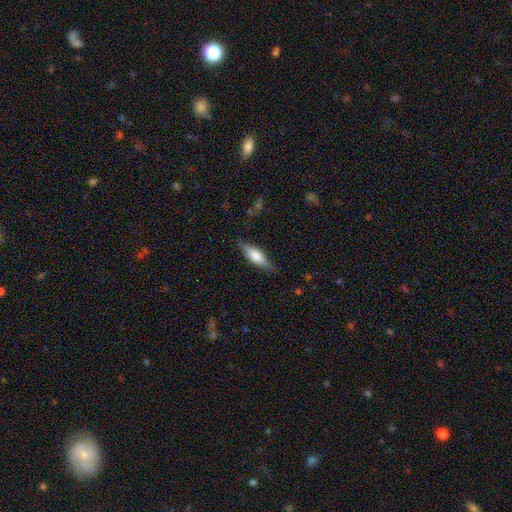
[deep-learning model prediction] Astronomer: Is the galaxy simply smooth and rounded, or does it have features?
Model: smooth — 62%.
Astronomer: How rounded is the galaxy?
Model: in between — 52% (runner-up: cigar-shaped, 46%).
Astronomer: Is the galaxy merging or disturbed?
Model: none — 80%.